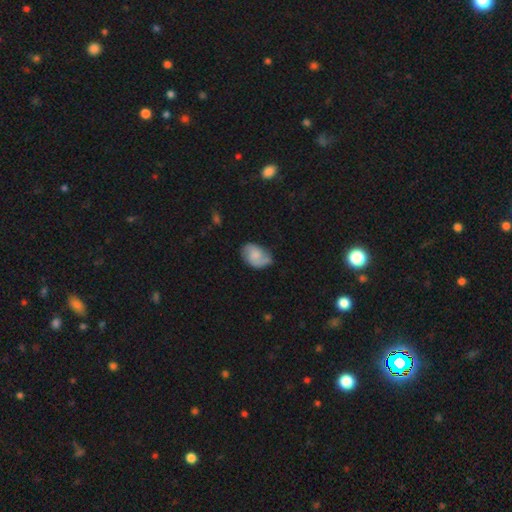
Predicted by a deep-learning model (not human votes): Smooth or featured? Predicted: smooth (p=0.49). Merging? Predicted: none (p=0.58).